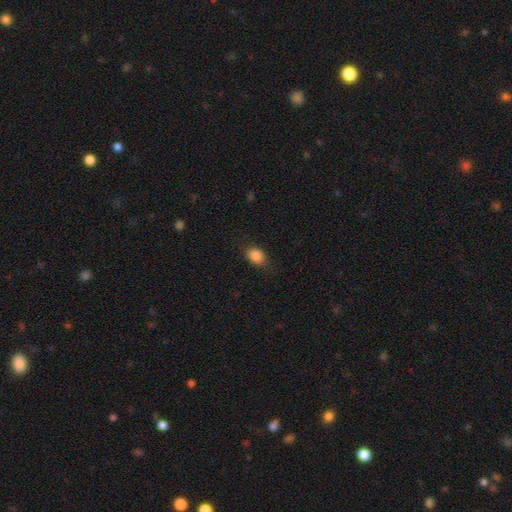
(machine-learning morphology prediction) smooth-or-featured: smooth: 86% | star or artifact: 9% | featured or disk: 5%
  how-rounded: in between: 65% | round: 33% | cigar-shaped: 1%
  merging: none: 80% | minor disturbance: 15% | major disturbance: 4% | merger: 1%